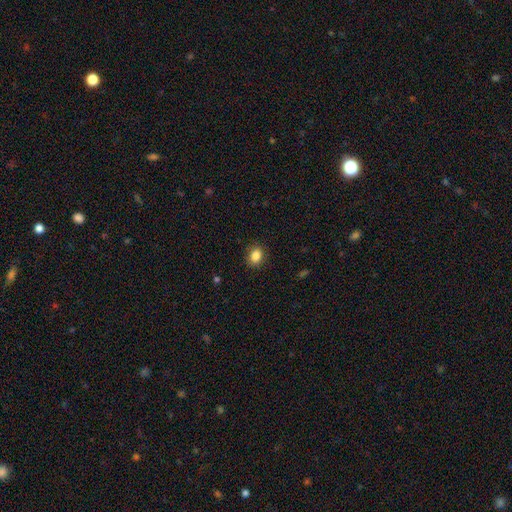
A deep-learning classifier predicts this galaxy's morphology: Q: Smooth or featured?
A: smooth (86%); runner-up: star or artifact (9%)
Q: How rounded?
A: in between (56%); runner-up: round (43%)
Q: Merging?
A: none (88%); runner-up: minor disturbance (9%)